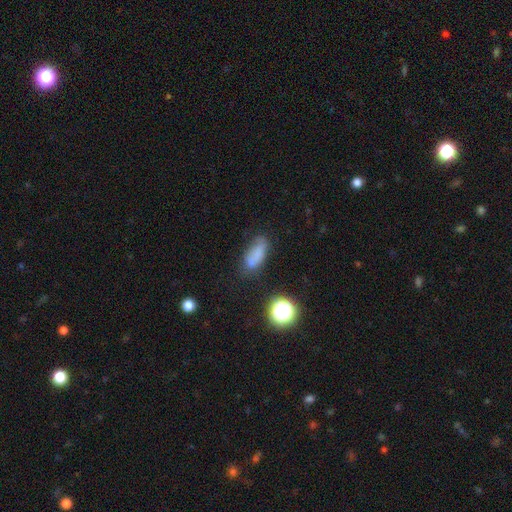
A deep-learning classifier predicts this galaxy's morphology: Smooth or featured?
  - smooth: 73% *
  - star or artifact: 14%
  - featured or disk: 13%
How rounded?
  - in between: 76% *
  - cigar-shaped: 18%
  - round: 6%
Merging?
  - none: 59% *
  - minor disturbance: 26%
  - major disturbance: 9%
  - merger: 6%